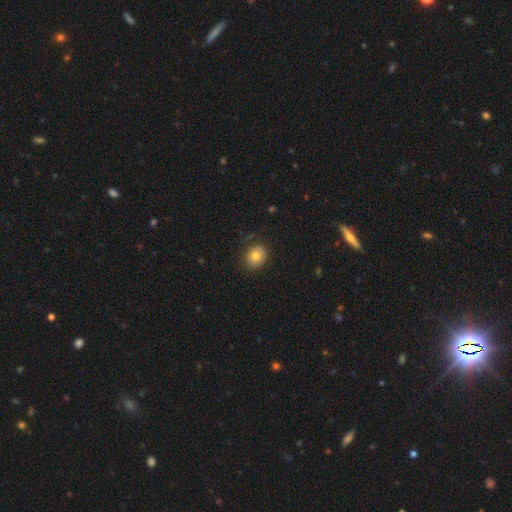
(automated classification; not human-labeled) The model was most divided on "how rounded": round: 67%, in between: 32%, cigar-shaped: 1%. More confident: merging — none (79%); smooth or featured — smooth (76%).